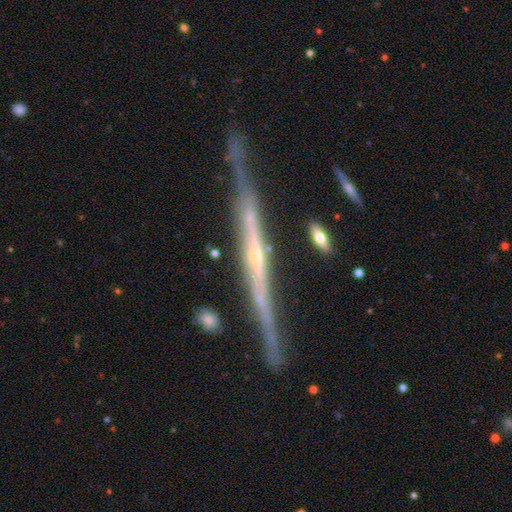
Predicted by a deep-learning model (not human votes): Smooth or featured: featured or disk — 85% (smooth — 9%)
Edge-on disk: yes — 96% (no — 4%)
Edge-on bulge: rounded — 50% (none — 43%)
Merging: none — 74% (minor disturbance — 18%)